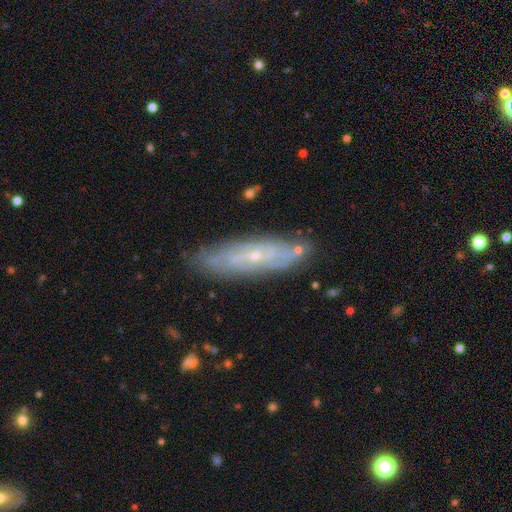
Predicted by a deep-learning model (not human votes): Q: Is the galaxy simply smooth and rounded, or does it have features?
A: featured or disk — 69%.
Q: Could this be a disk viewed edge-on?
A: no — 70%.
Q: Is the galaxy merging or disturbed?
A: none — 79%.